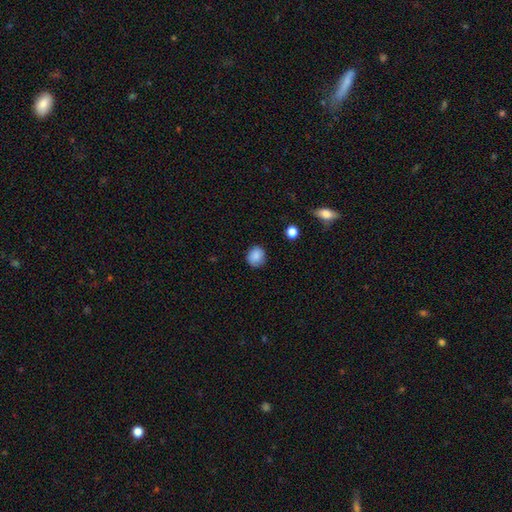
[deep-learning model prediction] Smooth or featured: smooth — 87% (star or artifact — 9%)
How rounded: round — 80% (in between — 19%)
Merging: none — 86% (minor disturbance — 11%)